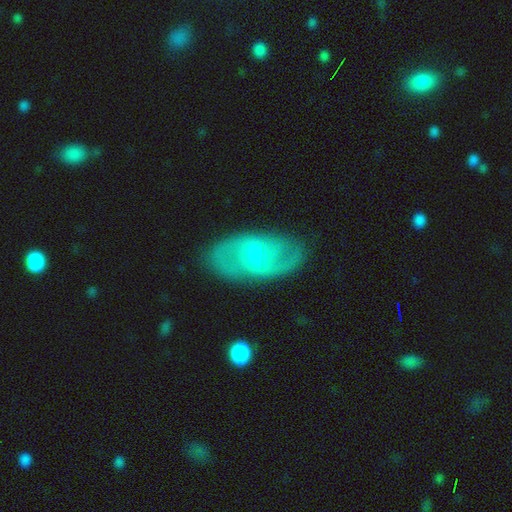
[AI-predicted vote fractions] Smooth or featured? featured or disk (72%)
Edge-on disk? no (94%)
Bar? weak (58%)
Spiral arms? yes (85%)
Spiral winding? medium (46%)
Spiral arm count? 2 (82%)
Bulge size? small (59%)
Merging? none (80%)